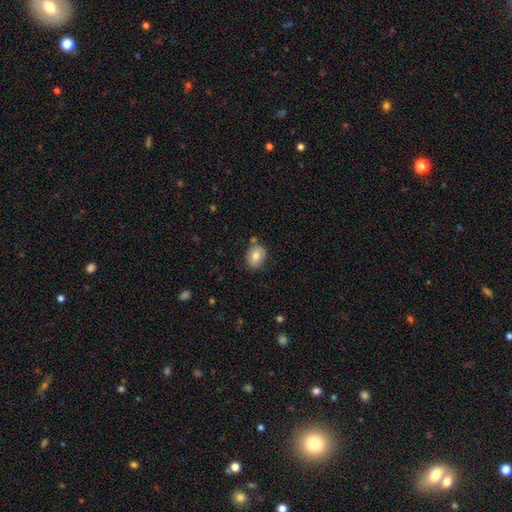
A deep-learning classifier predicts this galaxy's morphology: Smooth or featured? smooth (78%)
How rounded? in between (54%)
Merging? none (78%)